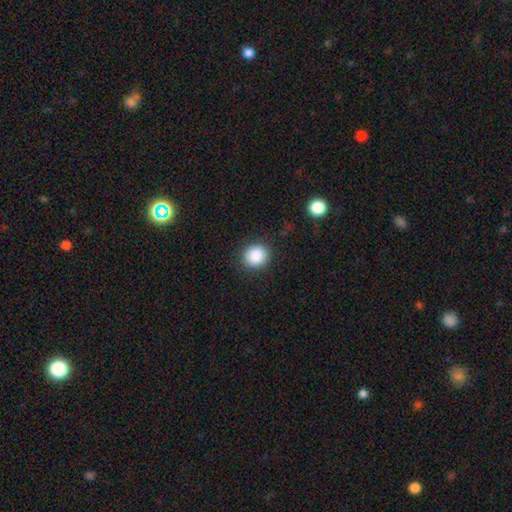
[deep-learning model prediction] A smooth galaxy with no disk features (89%) that is round (85%).

Vote fractions:
- Smooth or featured? smooth: 89% / star or artifact: 8% / featured or disk: 3%
- How rounded? round: 85% / in between: 14% / cigar-shaped: 1%
- Merging? none: 89% / minor disturbance: 7% / major disturbance: 3% / merger: 1%